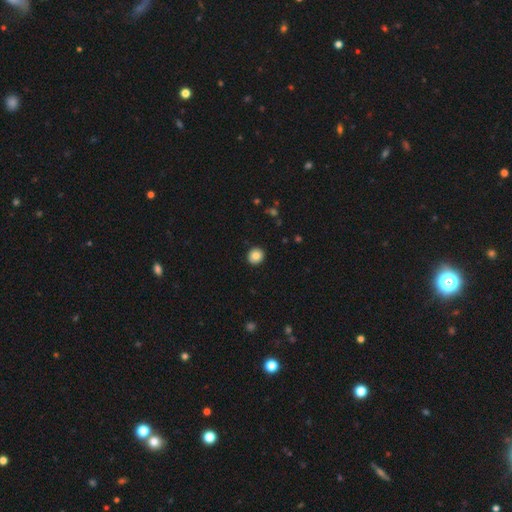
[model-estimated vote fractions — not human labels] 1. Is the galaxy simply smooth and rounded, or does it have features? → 82% smooth, 9% featured or disk, 9% star or artifact.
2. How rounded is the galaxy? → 88% round, 11% in between, 1% cigar-shaped.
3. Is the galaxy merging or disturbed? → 91% none, 6% minor disturbance, 2% major disturbance, 1% merger.